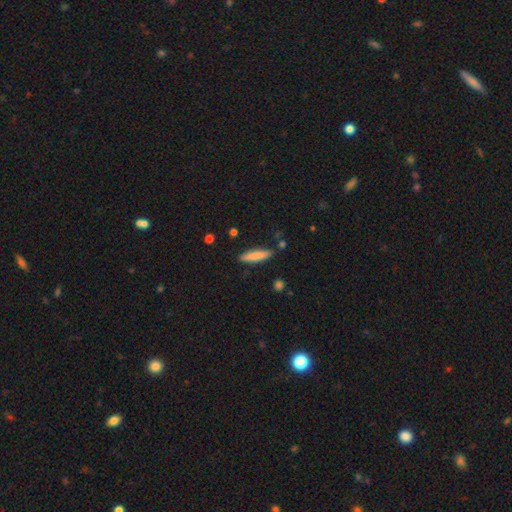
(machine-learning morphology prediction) Smooth or featured? Predicted: smooth (p=0.82). How rounded? Predicted: cigar-shaped (p=0.84). Merging? Predicted: none (p=0.85).